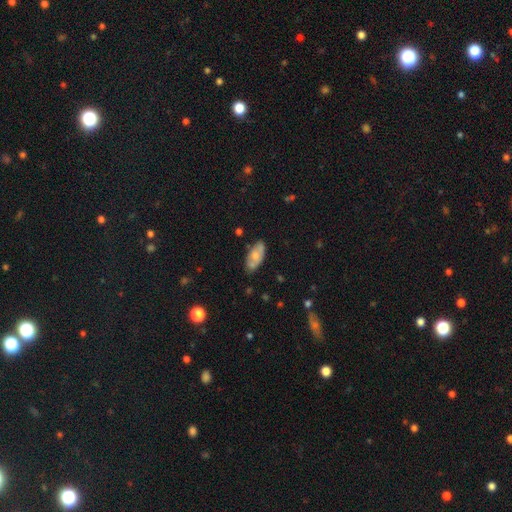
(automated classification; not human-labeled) smooth_or_featured: smooth (p=0.55) [alt: featured or disk p=0.38]
how_rounded: in between (p=0.89) [alt: cigar-shaped p=0.08]
merging: none (p=0.72) [alt: minor disturbance p=0.21]